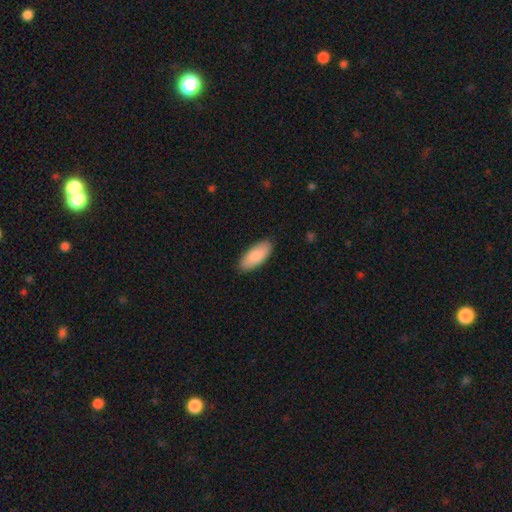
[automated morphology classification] Overall: smooth (87%). How rounded: in between (86%). Merging: none (88%).